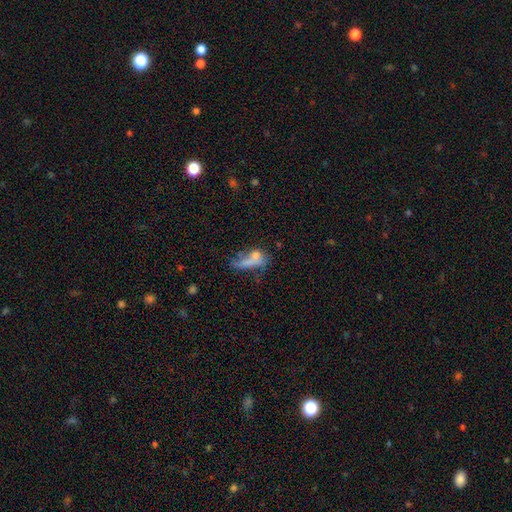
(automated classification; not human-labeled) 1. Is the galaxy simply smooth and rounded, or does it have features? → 56% smooth, 29% featured or disk, 15% star or artifact.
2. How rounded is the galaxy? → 62% in between, 27% cigar-shaped, 11% round.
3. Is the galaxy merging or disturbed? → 29% major disturbance, 28% none, 24% merger, 19% minor disturbance.